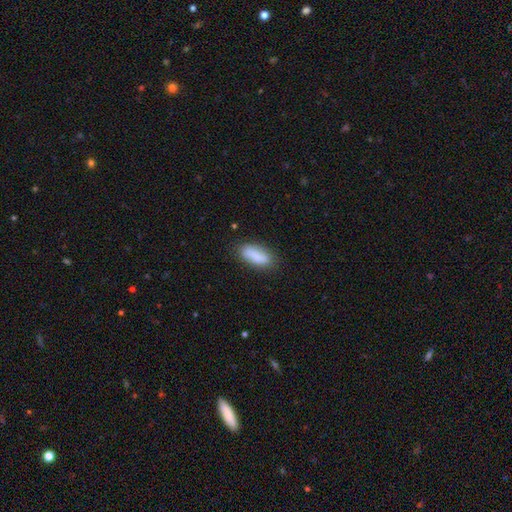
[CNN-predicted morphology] Overall: smooth (84%). How rounded: in between (76%). Merging: none (78%).